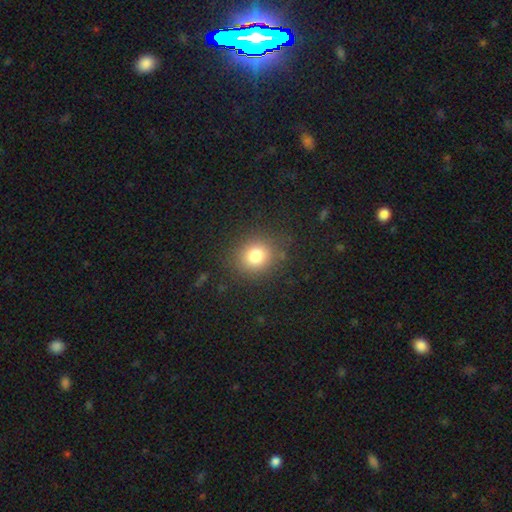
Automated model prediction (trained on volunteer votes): Overall: smooth (80%). How rounded: round (79%). Merging: none (86%).